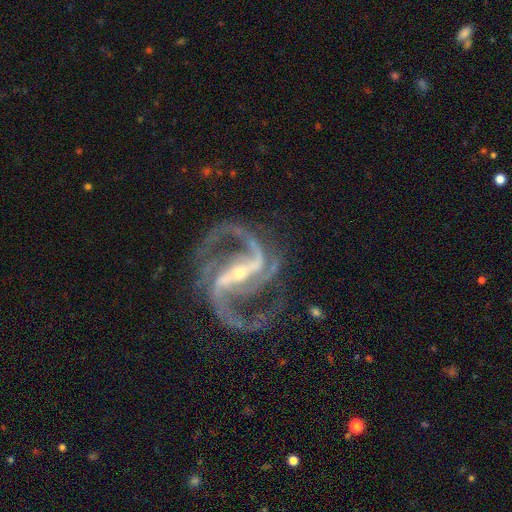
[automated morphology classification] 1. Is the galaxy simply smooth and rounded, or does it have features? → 94% featured or disk, 5% star or artifact, 2% smooth.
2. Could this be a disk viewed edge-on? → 98% no, 2% yes.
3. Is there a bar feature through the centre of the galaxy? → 72% strong, 21% weak, 7% no.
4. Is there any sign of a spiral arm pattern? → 99% yes, 1% no.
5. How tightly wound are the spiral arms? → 64% medium, 20% loose, 16% tight.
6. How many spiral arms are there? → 70% 2, 17% 3, 4% 4, 3% can't tell, 3% 1, 3% more than 4.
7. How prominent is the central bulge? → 68% small, 28% moderate, 2% large, 2% none, 1% dominant.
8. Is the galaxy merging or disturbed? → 73% none, 14% minor disturbance, 11% major disturbance, 2% merger.